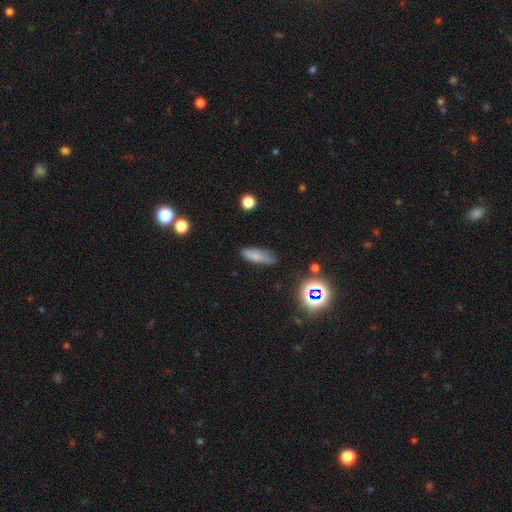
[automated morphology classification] Smooth or featured? smooth (74%)
How rounded? in between (61%)
Merging? none (67%)